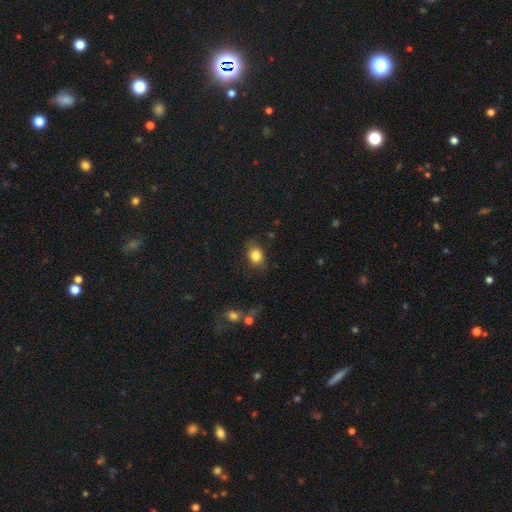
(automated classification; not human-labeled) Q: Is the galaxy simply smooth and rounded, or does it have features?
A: smooth — 83%.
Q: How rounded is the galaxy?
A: in between — 60%.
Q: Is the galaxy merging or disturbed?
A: none — 75%.